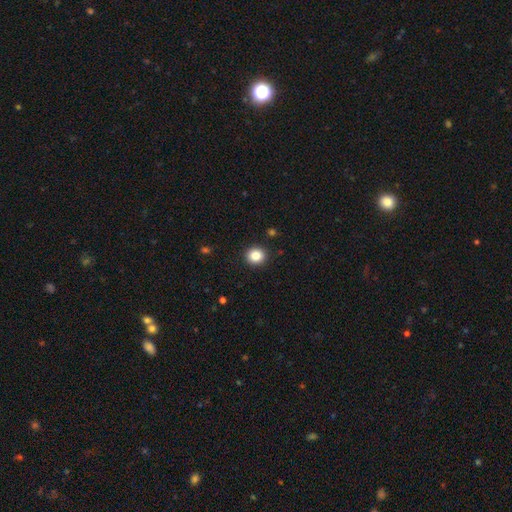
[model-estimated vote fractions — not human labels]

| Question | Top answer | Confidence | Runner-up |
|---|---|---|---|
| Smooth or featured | smooth | 85% | star or artifact (10%) |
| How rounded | round | 88% | in between (11%) |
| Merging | none | 92% | minor disturbance (5%) |